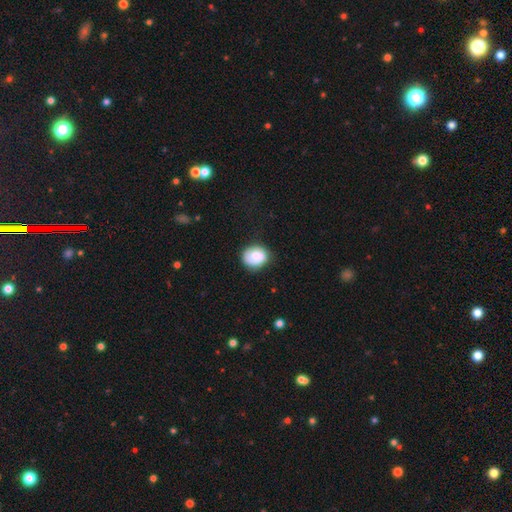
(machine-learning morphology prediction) type=smooth (70%); roundness=round (67%); merging=none (75%).